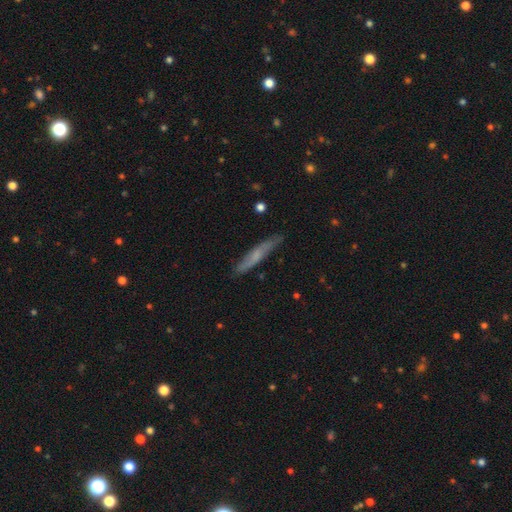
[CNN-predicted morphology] This appears to be a smooth galaxy with no disk features (52%) that is cigar-shaped (93%). Merging: none (82%).